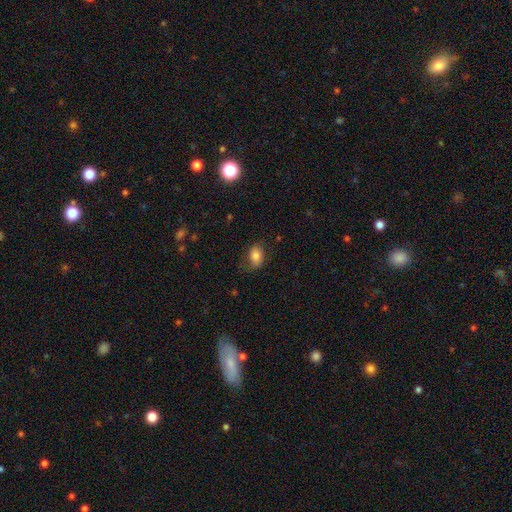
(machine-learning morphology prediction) smooth 78%, featured or disk 13%, star or artifact 9%. Down the decision tree: how rounded — in between (82%); merging — none (69%).